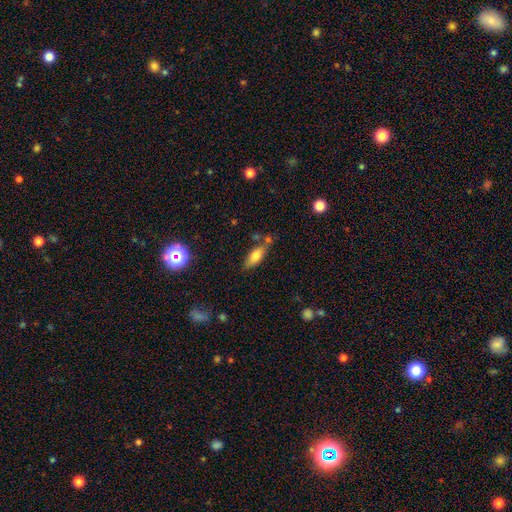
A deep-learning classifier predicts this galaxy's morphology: type=smooth (74%); roundness=in between (73%); merging=none (62%).